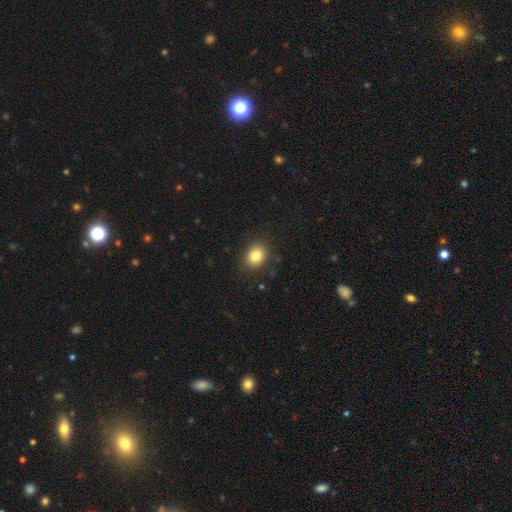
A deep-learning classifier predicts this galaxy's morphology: Smooth or featured? Predicted: smooth (p=0.84). How rounded? Predicted: round (p=0.55). Merging? Predicted: none (p=0.86).